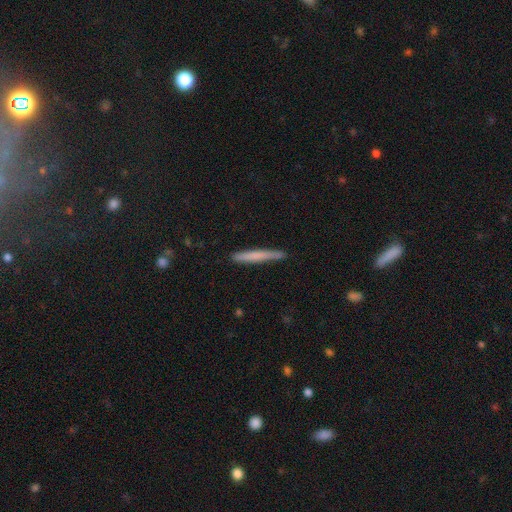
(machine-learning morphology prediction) Overall: smooth (66%; featured or disk 28%). How rounded: cigar-shaped (96%). Merging: none (85%).